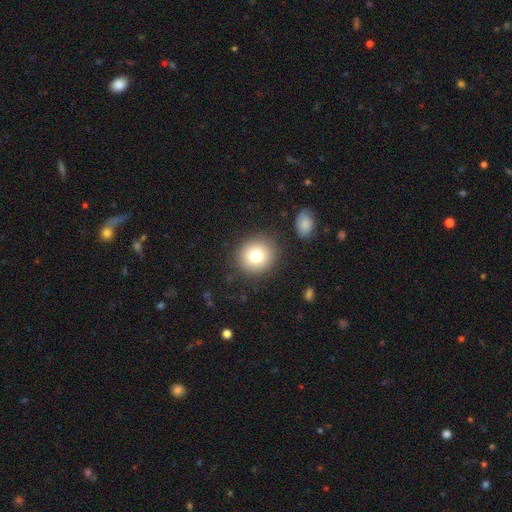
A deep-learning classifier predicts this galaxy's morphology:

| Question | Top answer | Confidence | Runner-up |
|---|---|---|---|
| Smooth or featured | smooth | 77% | featured or disk (11%) |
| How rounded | round | 87% | in between (12%) |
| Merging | none | 86% | minor disturbance (8%) |